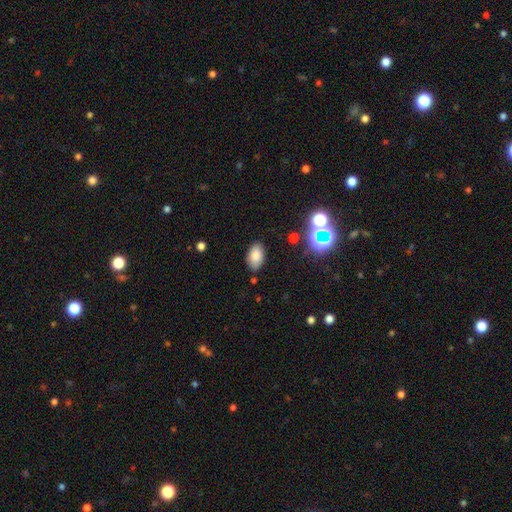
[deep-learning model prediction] smooth 81%, star or artifact 12%, featured or disk 8%. Down the decision tree: how rounded — in between (92%); merging — none (84%).